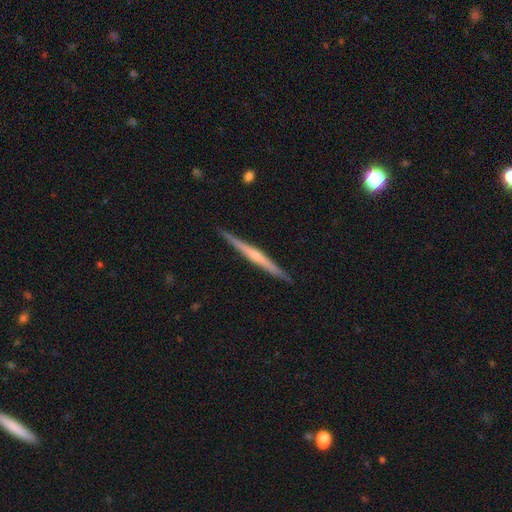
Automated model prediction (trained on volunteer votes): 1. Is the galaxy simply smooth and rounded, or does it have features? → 67% featured or disk, 28% smooth, 5% star or artifact.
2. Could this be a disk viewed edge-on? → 98% yes, 2% no.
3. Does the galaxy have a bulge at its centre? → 47% rounded, 45% none, 8% boxy.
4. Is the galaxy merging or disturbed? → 91% none, 6% minor disturbance, 1% major disturbance, 1% merger.